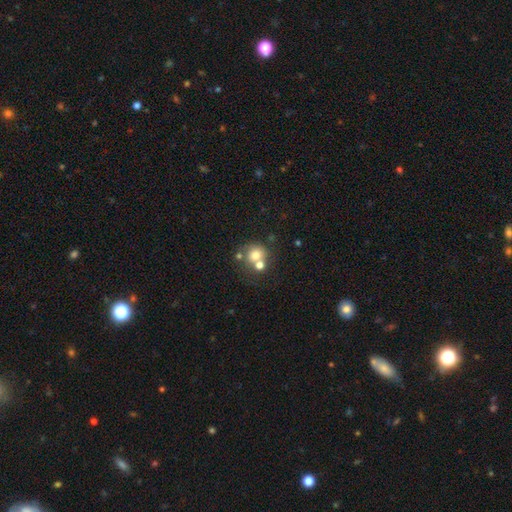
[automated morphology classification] Smooth or featured? smooth (70%)
How rounded? round (80%)
Merging? none (44%)